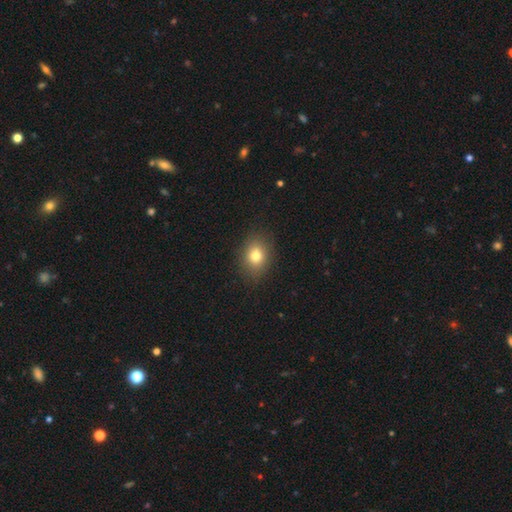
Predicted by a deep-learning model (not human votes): Morphology: type=smooth (79%); roundness=in between (56%); merging=none (87%).